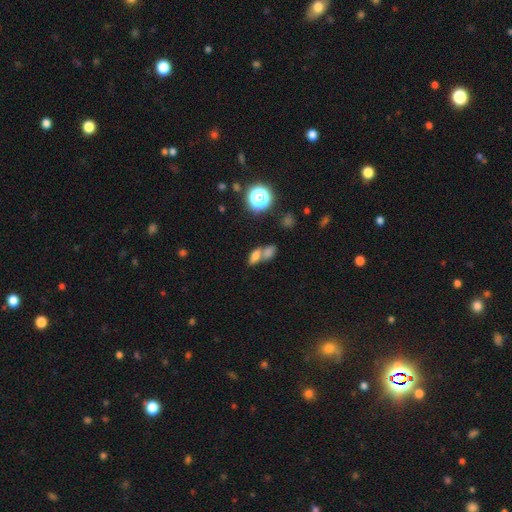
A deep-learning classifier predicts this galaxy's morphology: A smooth galaxy with no disk features (69%) that is in between round and cigar-shaped (77%).

Vote fractions:
- Smooth or featured? smooth: 69% / star or artifact: 16% / featured or disk: 15%
- How rounded? in between: 77% / round: 15% / cigar-shaped: 8%
- Merging? merger: 59% / none: 28% / minor disturbance: 8% / major disturbance: 5%